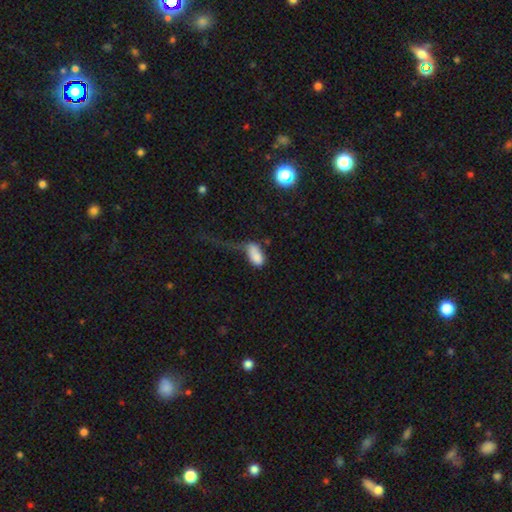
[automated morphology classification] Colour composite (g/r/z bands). It shows a smooth galaxy with no disk features (78%) that is in between round and cigar-shaped (91%). Merging: major disturbance (51%).